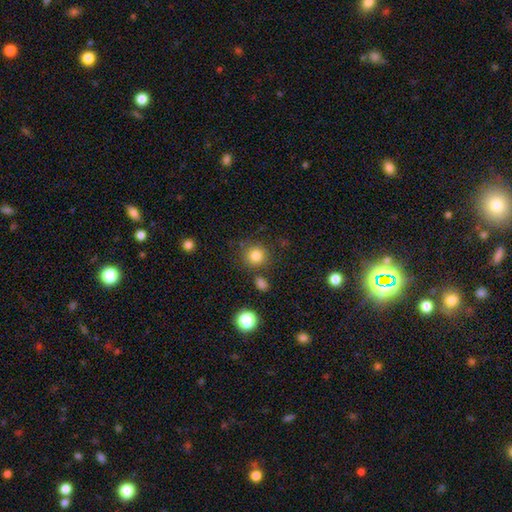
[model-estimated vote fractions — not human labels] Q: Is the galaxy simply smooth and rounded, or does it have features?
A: smooth — 82%.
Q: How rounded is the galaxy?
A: round — 89%.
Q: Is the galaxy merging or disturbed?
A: none — 79%.